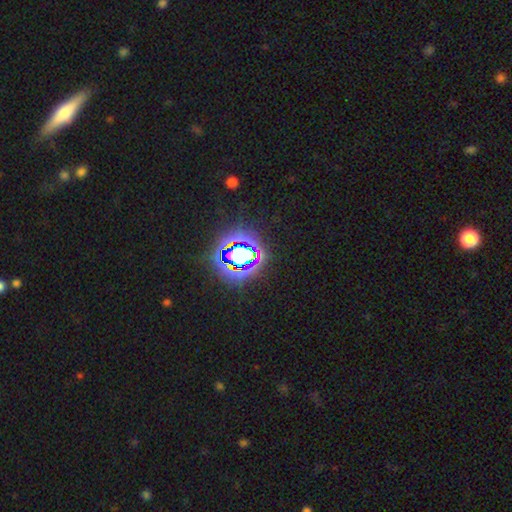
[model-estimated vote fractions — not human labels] A star or artifact, not a galaxy (67%).

Vote fractions:
- Smooth or featured? star or artifact: 67% / smooth: 20% / featured or disk: 13%